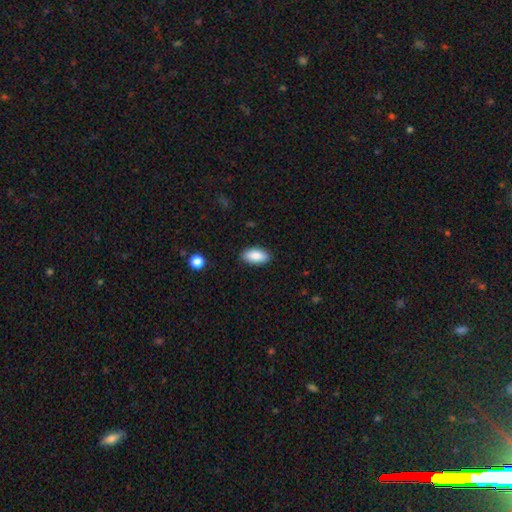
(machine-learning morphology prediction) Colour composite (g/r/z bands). It shows a smooth galaxy with no disk features (87%) that is in between round and cigar-shaped (91%). Merging: none (88%).